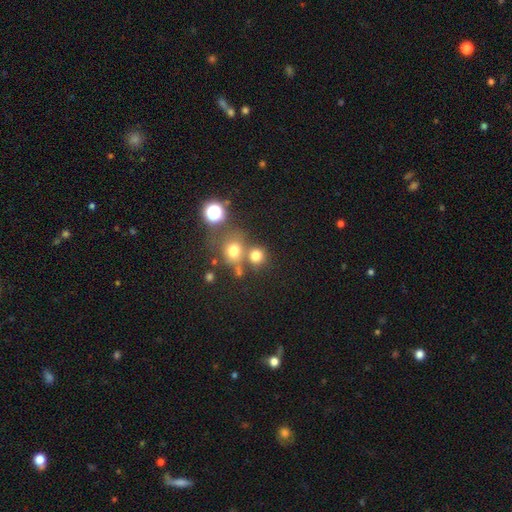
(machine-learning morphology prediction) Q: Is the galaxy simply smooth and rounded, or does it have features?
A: smooth — 74%.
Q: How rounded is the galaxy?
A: round — 87%.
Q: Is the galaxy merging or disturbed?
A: none — 62%.